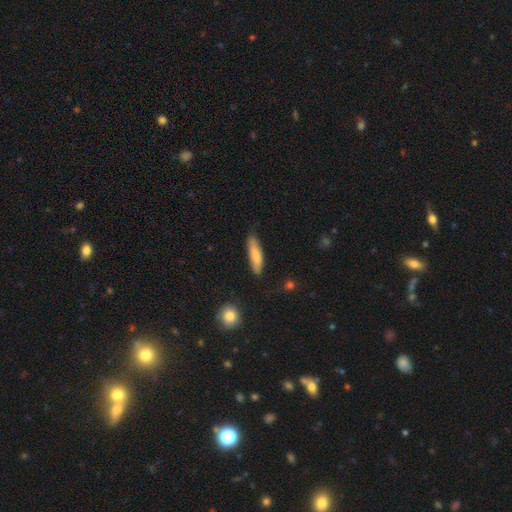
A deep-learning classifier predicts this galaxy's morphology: type=smooth (79%); roundness=cigar-shaped (73%); merging=none (79%).